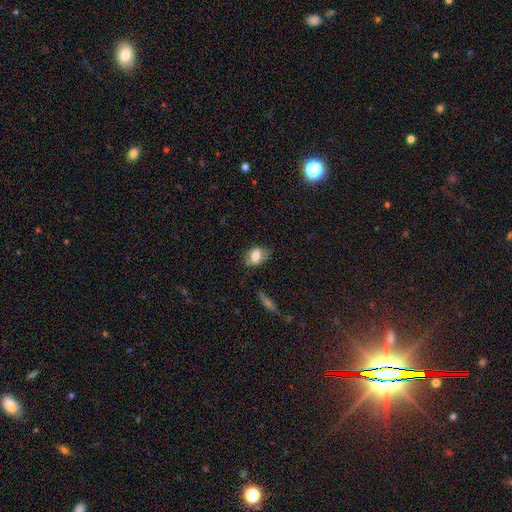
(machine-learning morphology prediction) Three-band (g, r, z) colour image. It shows a smooth galaxy with no disk features (71%) that is in between round and cigar-shaped (79%). Merging: none (69%).